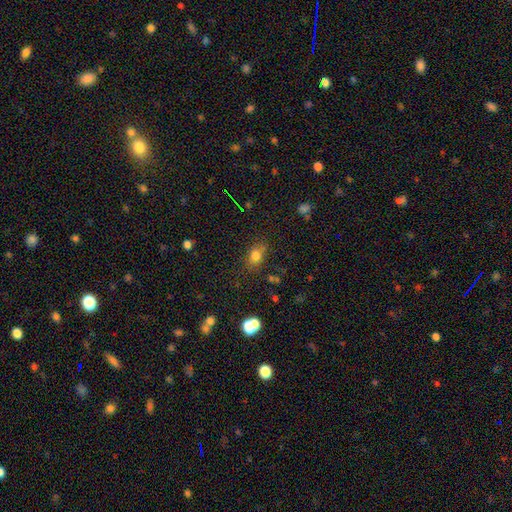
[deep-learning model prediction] smooth-or-featured: smooth: 76% | star or artifact: 15% | featured or disk: 9%
  how-rounded: in between: 60% | round: 38% | cigar-shaped: 2%
  merging: none: 74% | minor disturbance: 17% | major disturbance: 5% | merger: 4%